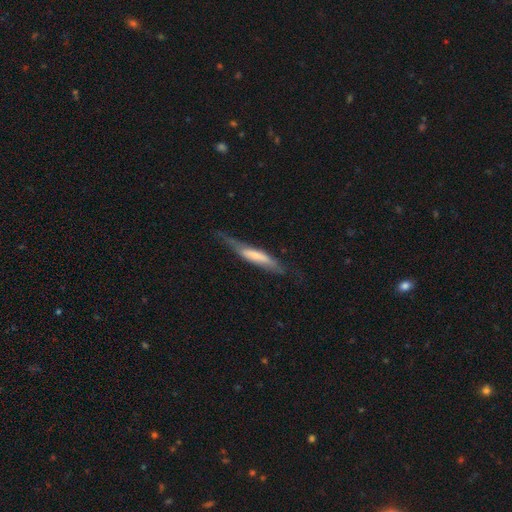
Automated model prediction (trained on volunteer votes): smooth-or-featured: smooth: 48% | featured or disk: 47% | star or artifact: 6%
  merging: none: 52% | minor disturbance: 29% | major disturbance: 16% | merger: 3%